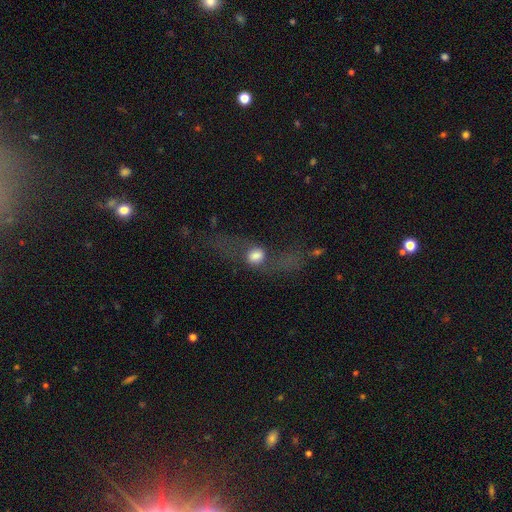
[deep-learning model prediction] Overall: smooth (47%; featured or disk 41%). Merging: none (42%; major disturbance 35%).